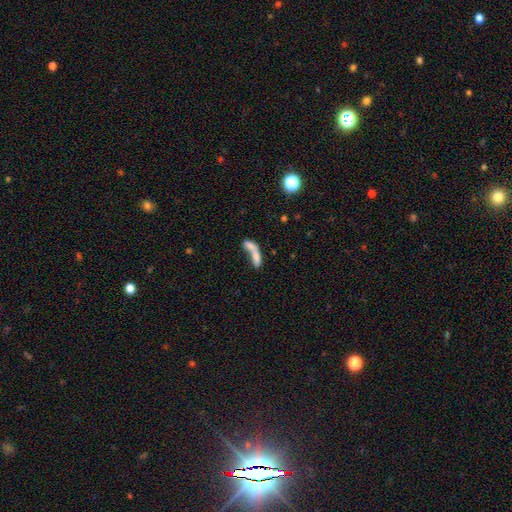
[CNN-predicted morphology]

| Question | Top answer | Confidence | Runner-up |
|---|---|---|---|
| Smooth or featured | smooth | 66% | featured or disk (23%) |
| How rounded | cigar-shaped | 57% | in between (39%) |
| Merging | merger | 58% | none (21%) |